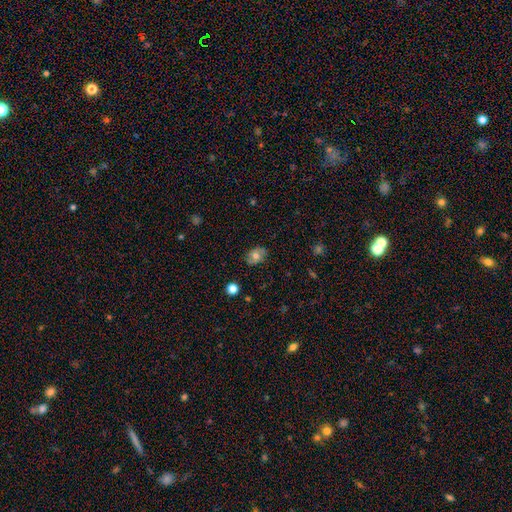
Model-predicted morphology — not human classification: Smooth or featured? smooth (62%)
How rounded? in between (68%)
Merging? none (79%)